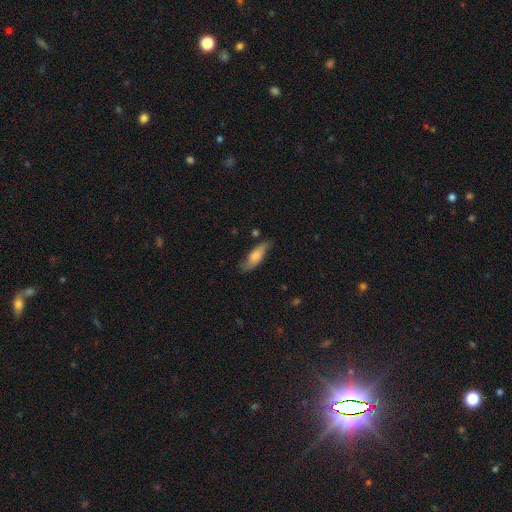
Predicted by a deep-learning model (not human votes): Smooth or featured? Predicted: smooth (p=0.65). How rounded? Predicted: in between (p=0.54). Merging? Predicted: none (p=0.69).